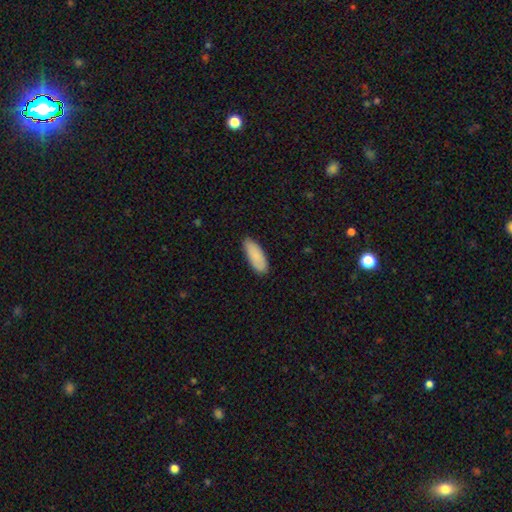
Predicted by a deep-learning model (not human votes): smooth_or_featured: smooth (p=0.88) [alt: featured or disk p=0.06]
how_rounded: in between (p=0.76) [alt: cigar-shaped p=0.22]
merging: none (p=0.84) [alt: minor disturbance p=0.13]